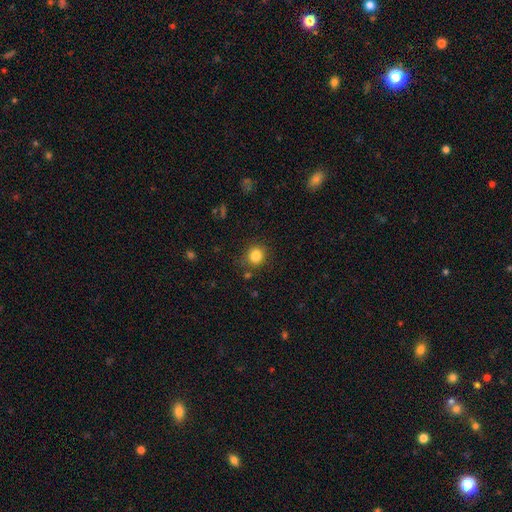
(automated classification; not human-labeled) This is clearly a smooth galaxy (83%). How rounded: clearly round (86%). Merging: clearly none (84%).